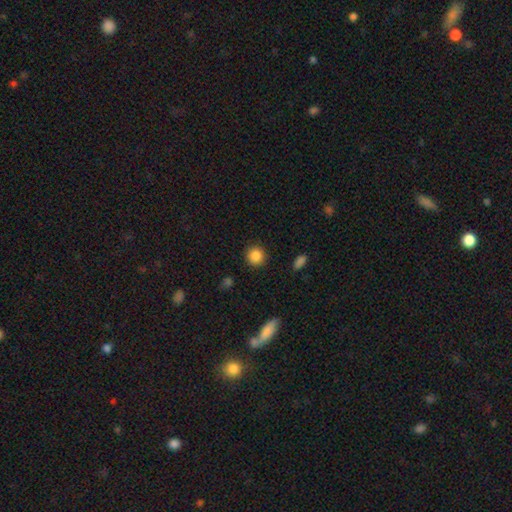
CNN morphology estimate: Overall: smooth (87%). How rounded: round (93%). Merging: none (91%).